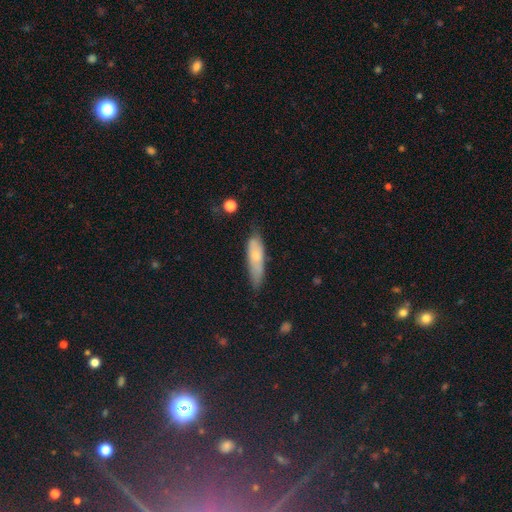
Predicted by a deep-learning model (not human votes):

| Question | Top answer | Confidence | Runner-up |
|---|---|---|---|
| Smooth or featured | smooth | 67% | featured or disk (26%) |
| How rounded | cigar-shaped | 61% | in between (37%) |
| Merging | none | 61% | minor disturbance (29%) |